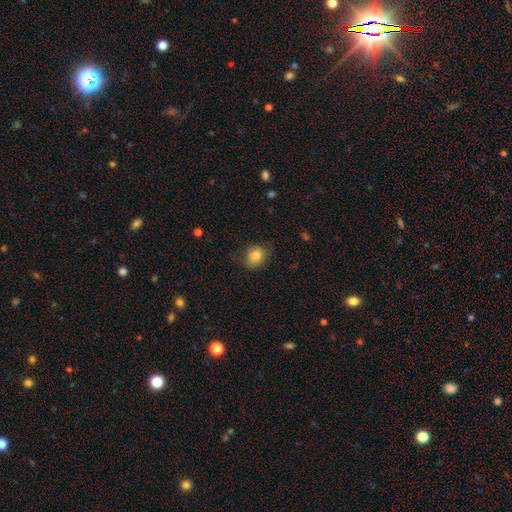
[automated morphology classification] smooth-or-featured: smooth: 83% | star or artifact: 10% | featured or disk: 7%
  how-rounded: round: 55% | in between: 44% | cigar-shaped: 1%
  merging: none: 77% | minor disturbance: 18% | major disturbance: 4% | merger: 1%